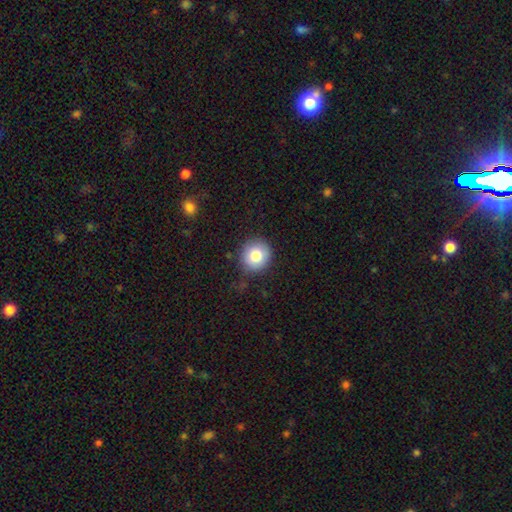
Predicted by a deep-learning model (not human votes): Smooth or featured: smooth — 80% (featured or disk — 10%)
How rounded: round — 88% (in between — 11%)
Merging: none — 85% (minor disturbance — 11%)